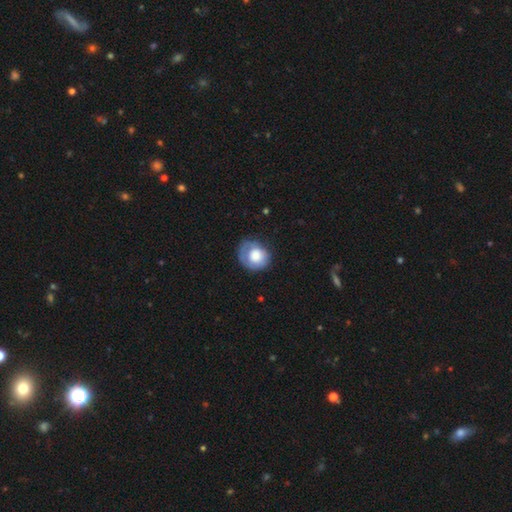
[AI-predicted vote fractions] Morphology: type=smooth (61%); roundness=round (73%); merging=none (56%).